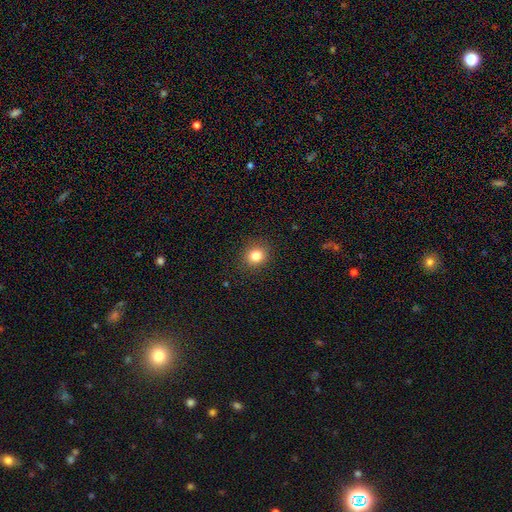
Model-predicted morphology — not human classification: Smooth or featured?
  - smooth: 83% *
  - star or artifact: 12%
  - featured or disk: 6%
How rounded?
  - round: 82% *
  - in between: 17%
  - cigar-shaped: 1%
Merging?
  - none: 90% *
  - minor disturbance: 7%
  - major disturbance: 2%
  - merger: 1%